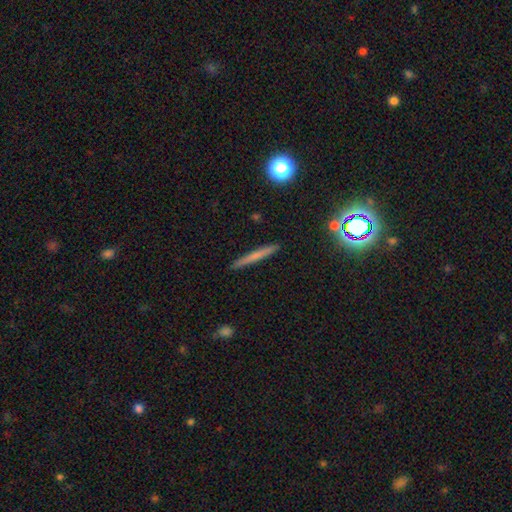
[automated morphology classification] This appears to be a smooth galaxy with no disk features (58%) that is cigar-shaped (94%). Merging: none (91%).